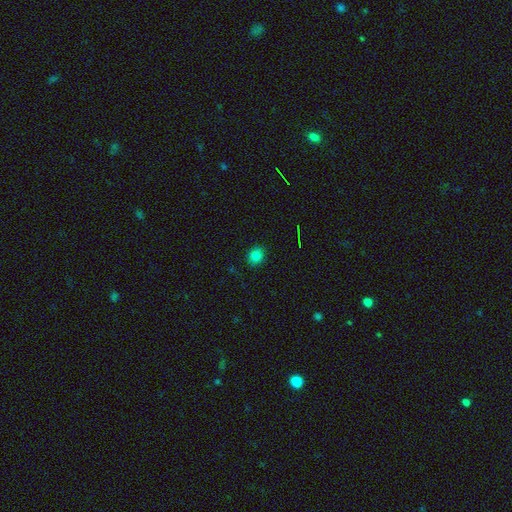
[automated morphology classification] Smooth or featured? smooth (80%)
How rounded? round (69%)
Merging? none (88%)